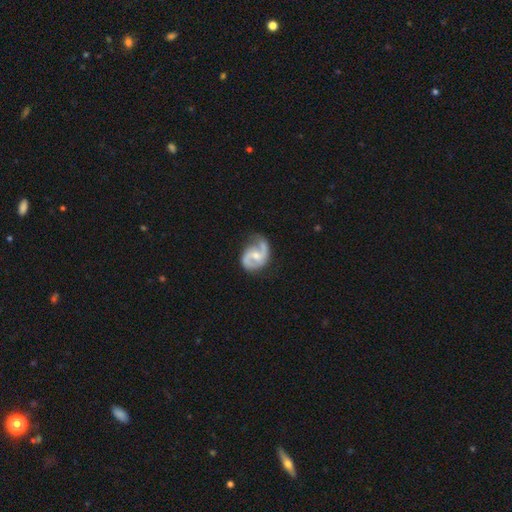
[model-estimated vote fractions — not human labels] featured or disk 87%, smooth 8%, star or artifact 4%. Down the decision tree: edge-on disk — no (98%); bar — weak (49%); spiral arms — yes (96%); spiral arm count — 2 (89%); spiral winding — medium (54%); bulge size — moderate (52%); merging — none (63%).